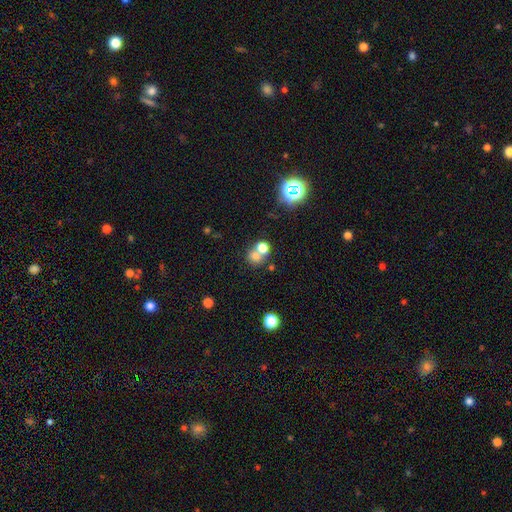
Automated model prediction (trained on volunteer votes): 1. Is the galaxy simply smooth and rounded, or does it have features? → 69% smooth, 19% star or artifact, 12% featured or disk.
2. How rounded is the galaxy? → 74% round, 25% in between, 1% cigar-shaped.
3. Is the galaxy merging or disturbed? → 48% merger, 40% none, 7% minor disturbance, 5% major disturbance.